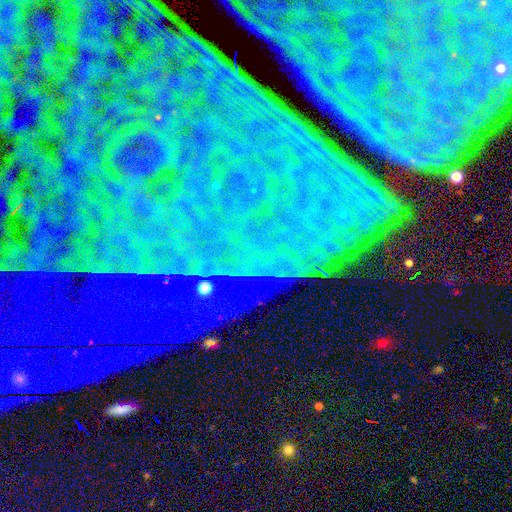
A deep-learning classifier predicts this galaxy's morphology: smooth_or_featured: star or artifact (p=0.84) [alt: featured or disk p=0.09]